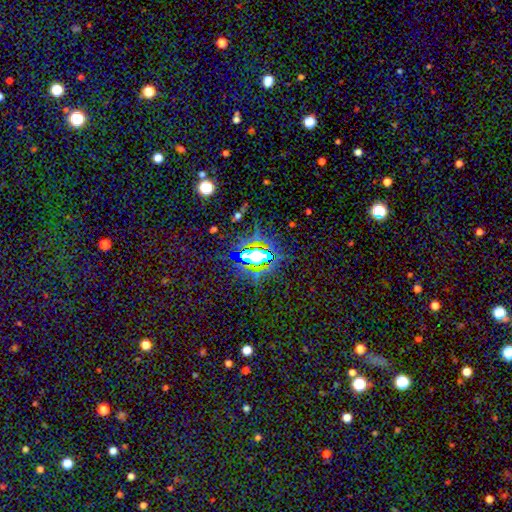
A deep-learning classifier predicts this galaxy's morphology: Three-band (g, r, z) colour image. It shows a star or artifact, not a galaxy (65%).